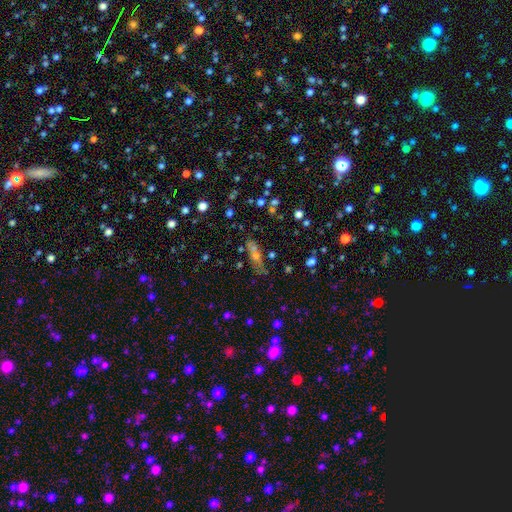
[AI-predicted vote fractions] Smooth or featured?
  - star or artifact: 38% *
  - smooth: 37%
  - featured or disk: 25%